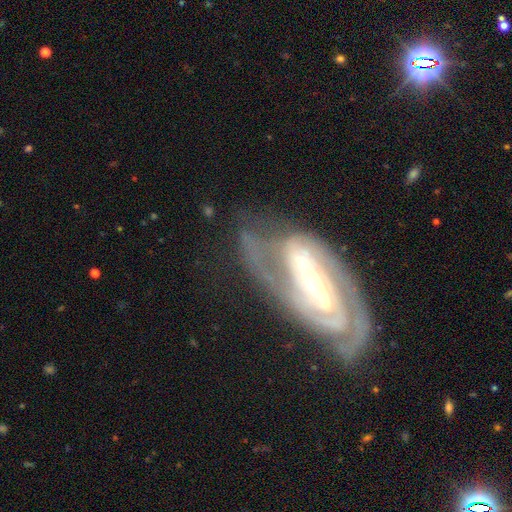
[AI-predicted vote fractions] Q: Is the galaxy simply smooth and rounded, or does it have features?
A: featured or disk — 89%.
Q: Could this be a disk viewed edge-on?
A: no — 94%.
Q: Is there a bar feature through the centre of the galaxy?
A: strong — 65%.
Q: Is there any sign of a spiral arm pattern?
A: yes — 96%.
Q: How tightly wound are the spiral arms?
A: tight — 59%.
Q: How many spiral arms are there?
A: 2 — 66%.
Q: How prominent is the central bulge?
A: small — 48%.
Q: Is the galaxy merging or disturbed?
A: none — 70%.